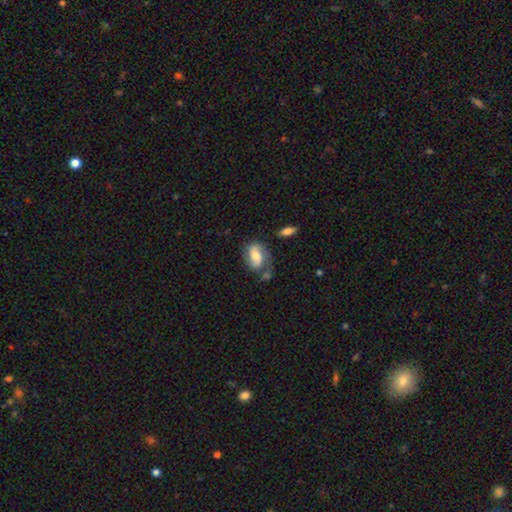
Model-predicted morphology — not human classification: Overall: featured or disk (50%; smooth 43%). Merging: none (50%; minor disturbance 25%).